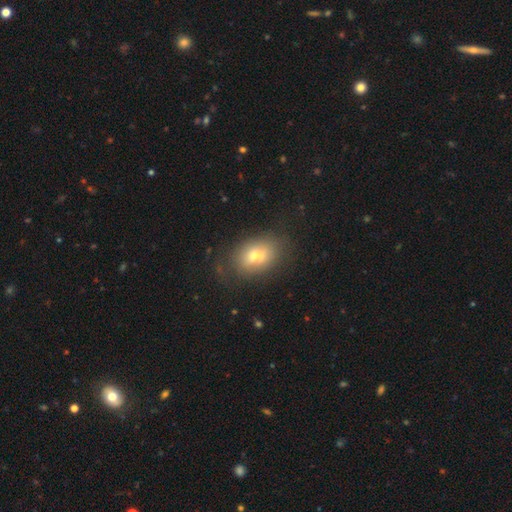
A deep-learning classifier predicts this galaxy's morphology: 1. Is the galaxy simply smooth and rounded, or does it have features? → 70% smooth, 20% featured or disk, 11% star or artifact.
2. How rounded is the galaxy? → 84% in between, 14% round, 2% cigar-shaped.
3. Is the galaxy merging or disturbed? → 70% none, 20% minor disturbance, 7% major disturbance, 4% merger.